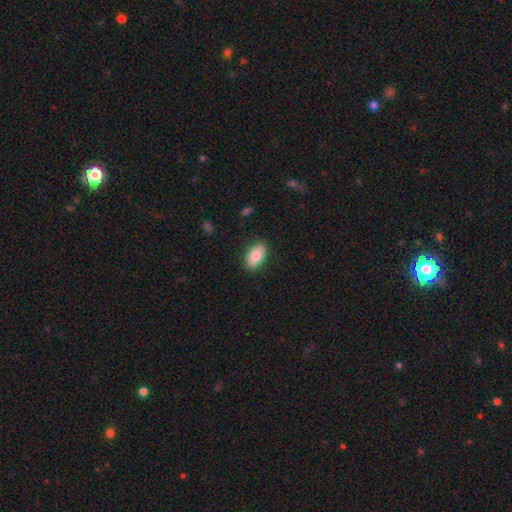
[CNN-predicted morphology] smooth 81%, featured or disk 13%, star or artifact 7%. Down the decision tree: how rounded — in between (92%); merging — none (85%).